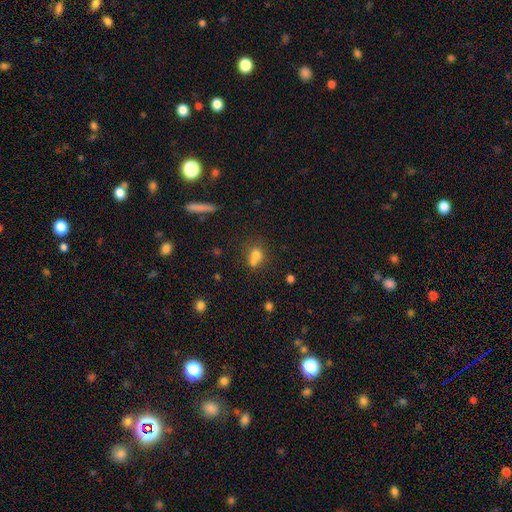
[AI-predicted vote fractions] Overall: smooth (72%). How rounded: round (66%; in between 32%). Merging: merger (49%; none 35%).